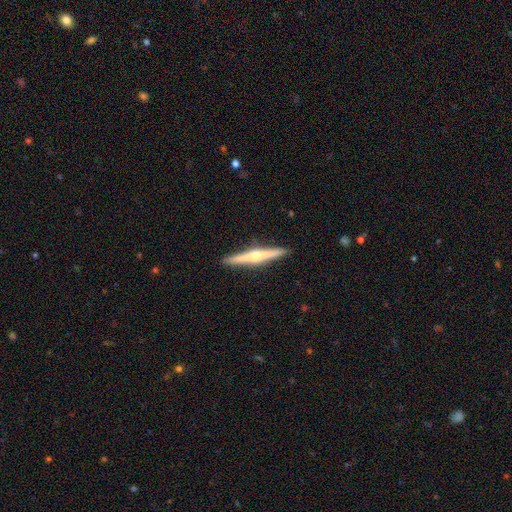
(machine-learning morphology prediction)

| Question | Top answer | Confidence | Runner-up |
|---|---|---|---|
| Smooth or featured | featured or disk | 68% | smooth (26%) |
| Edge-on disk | yes | 98% | no (2%) |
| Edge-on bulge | rounded | 87% | none (7%) |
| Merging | none | 92% | minor disturbance (6%) |